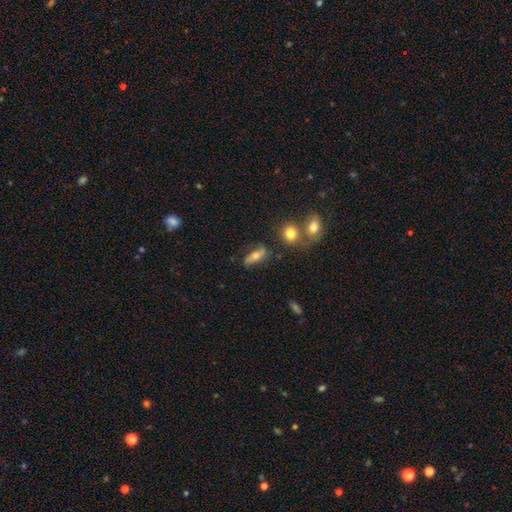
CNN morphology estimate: The model was most divided on "smooth or featured": smooth: 48%, featured or disk: 41%, star or artifact: 11%. More confident: merging — none (67%).